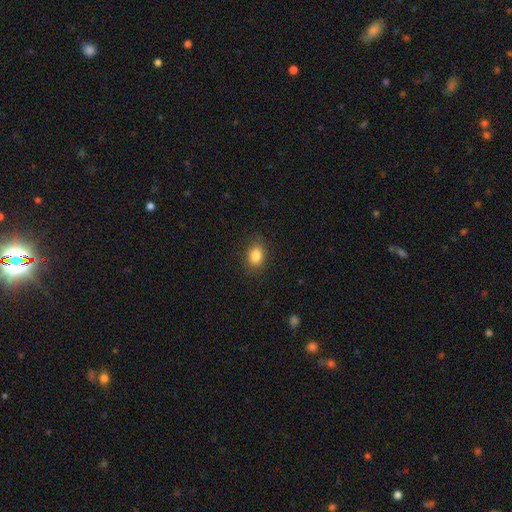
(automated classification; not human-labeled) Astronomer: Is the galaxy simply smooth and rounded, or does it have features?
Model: smooth — 85%.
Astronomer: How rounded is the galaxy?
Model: in between — 74%.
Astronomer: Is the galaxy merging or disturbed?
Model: none — 86%.